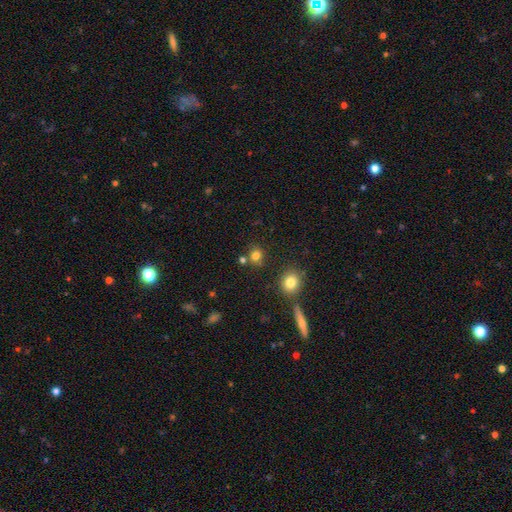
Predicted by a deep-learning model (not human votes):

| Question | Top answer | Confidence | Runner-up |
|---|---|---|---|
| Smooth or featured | smooth | 78% | star or artifact (14%) |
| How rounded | round | 75% | in between (24%) |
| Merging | none | 71% | merger (14%) |